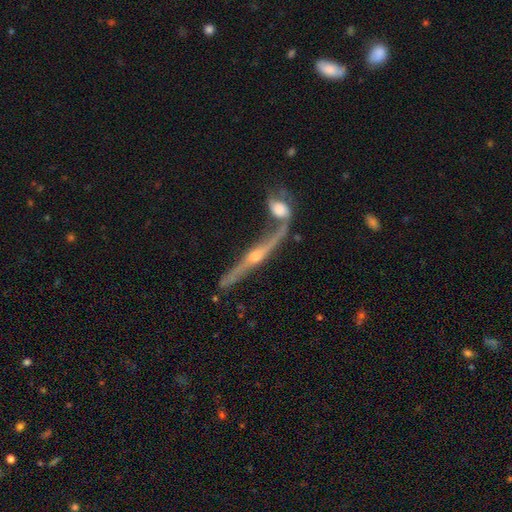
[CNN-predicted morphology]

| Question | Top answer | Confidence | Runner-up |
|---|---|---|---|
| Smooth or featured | featured or disk | 84% | smooth (10%) |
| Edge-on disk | yes | 91% | no (9%) |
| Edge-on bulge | rounded | 91% | none (6%) |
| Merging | none | 48% | merger (33%) |